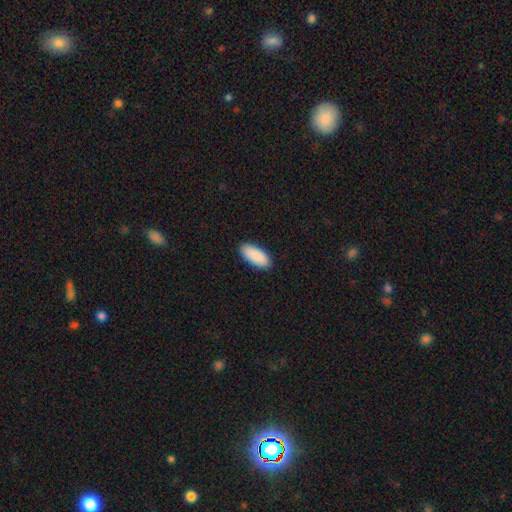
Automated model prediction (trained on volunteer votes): Morphology: type=smooth (91%); roundness=in between (89%); merging=none (89%).